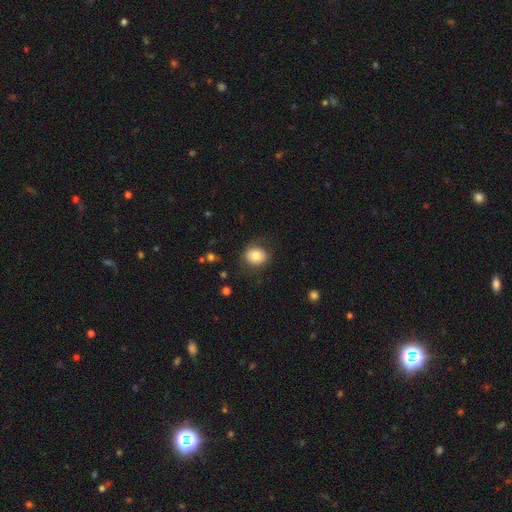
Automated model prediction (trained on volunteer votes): A smooth galaxy with no disk features (76%) that is round (71%).

Vote fractions:
- Smooth or featured? smooth: 76% / featured or disk: 15% / star or artifact: 8%
- How rounded? round: 71% / in between: 28% / cigar-shaped: 1%
- Merging? none: 78% / minor disturbance: 14% / major disturbance: 6% / merger: 1%